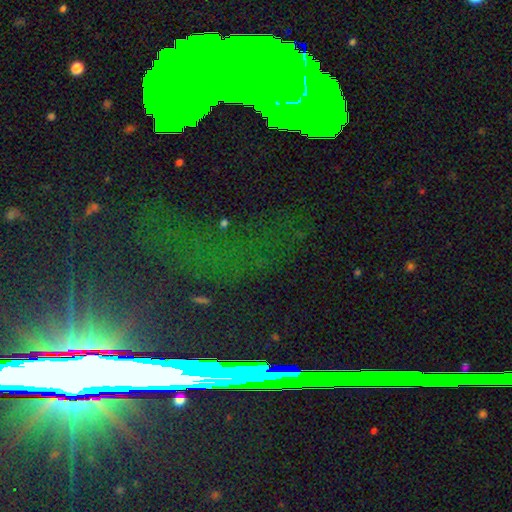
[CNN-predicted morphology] The model was most divided on "smooth or featured": star or artifact: 76%, featured or disk: 13%, smooth: 11%.